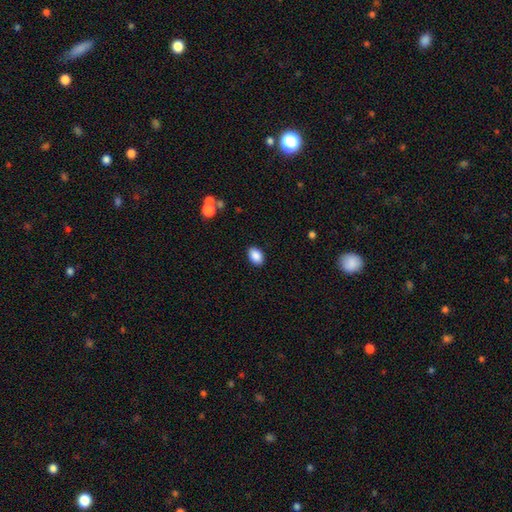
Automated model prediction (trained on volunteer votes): Overall: smooth (89%). How rounded: in between (85%). Merging: none (89%).